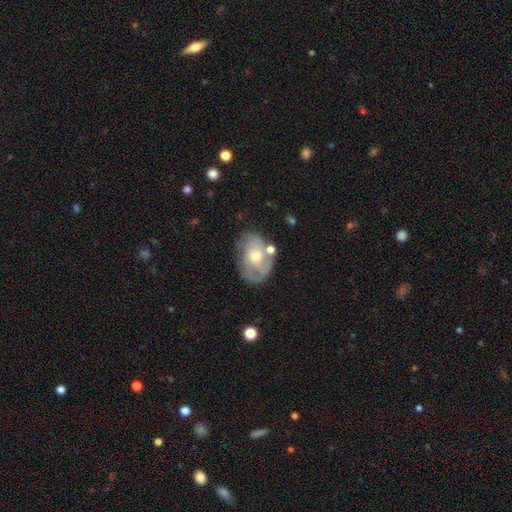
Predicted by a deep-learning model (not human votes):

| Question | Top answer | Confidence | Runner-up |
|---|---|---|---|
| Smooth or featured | featured or disk | 71% | smooth (23%) |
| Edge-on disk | no | 96% | yes (4%) |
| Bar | no | 66% | weak (29%) |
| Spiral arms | yes | 84% | no (16%) |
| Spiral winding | tight | 47% | medium (39%) |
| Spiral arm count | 2 | 39% | can't tell (31%) |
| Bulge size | moderate | 55% | small (39%) |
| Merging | none | 58% | minor disturbance (23%) |